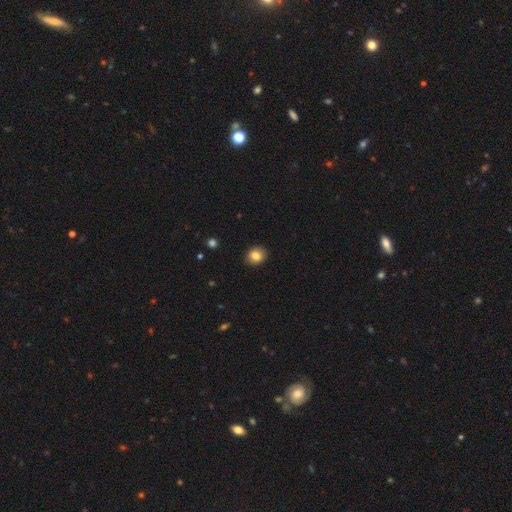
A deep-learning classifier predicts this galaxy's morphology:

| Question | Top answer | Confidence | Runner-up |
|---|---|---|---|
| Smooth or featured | smooth | 84% | star or artifact (9%) |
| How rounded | round | 64% | in between (35%) |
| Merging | none | 89% | minor disturbance (8%) |